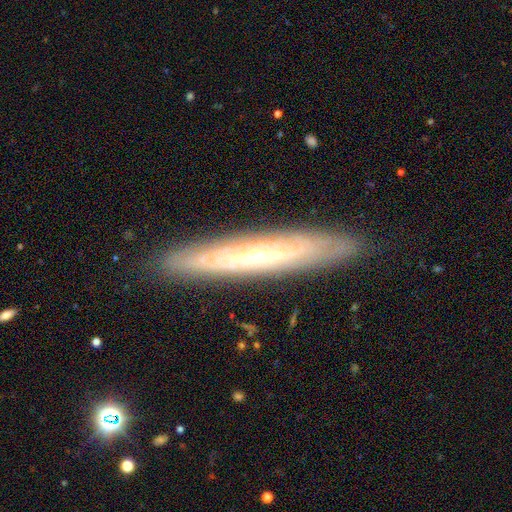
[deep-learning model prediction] A featured or disk galaxy (67%) viewed edge-on (70%).

Vote fractions:
- Smooth or featured? featured or disk: 67% / smooth: 25% / star or artifact: 8%
- Edge-on disk? yes: 70% / no: 30%
- Merging? none: 88% / minor disturbance: 9% / major disturbance: 2% / merger: 1%